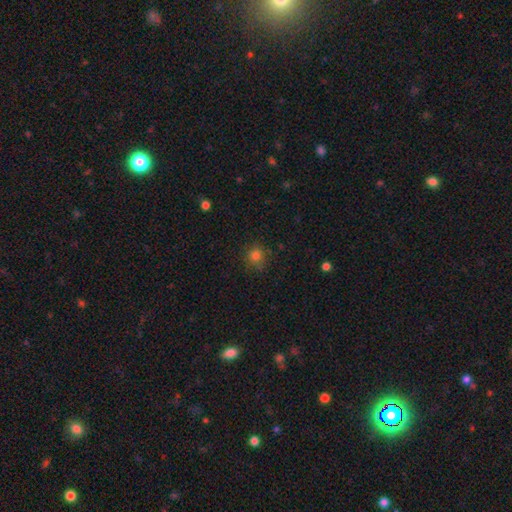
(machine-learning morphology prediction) Overall: smooth (81%). How rounded: round (89%). Merging: none (81%).